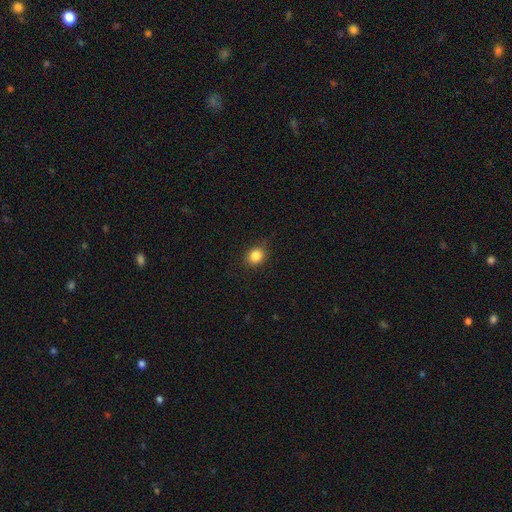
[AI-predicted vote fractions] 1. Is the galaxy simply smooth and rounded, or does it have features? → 85% smooth, 10% star or artifact, 5% featured or disk.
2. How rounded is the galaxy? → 67% round, 32% in between, 1% cigar-shaped.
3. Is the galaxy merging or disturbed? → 82% none, 14% minor disturbance, 3% major disturbance, 1% merger.